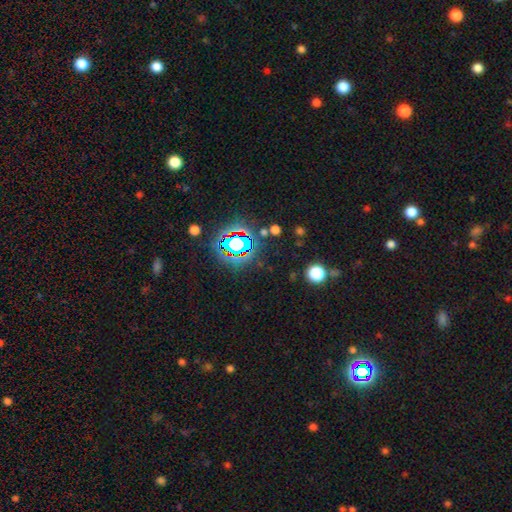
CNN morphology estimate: A star or artifact, not a galaxy (80%).